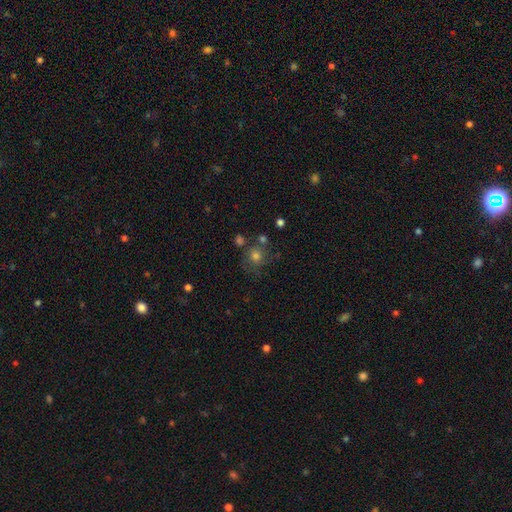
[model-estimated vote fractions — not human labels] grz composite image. It shows a smooth galaxy with no disk features (60%) that is round (84%). Merging: none (63%).